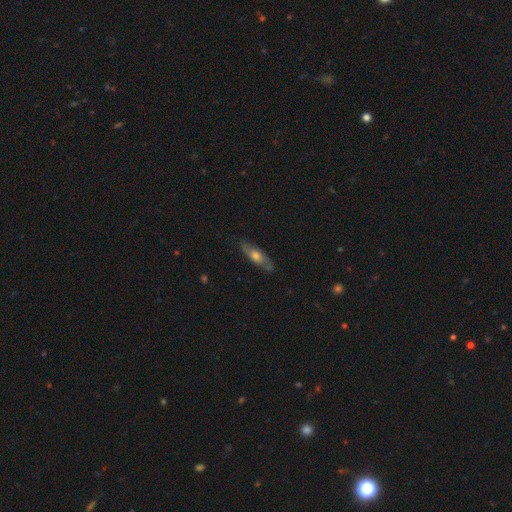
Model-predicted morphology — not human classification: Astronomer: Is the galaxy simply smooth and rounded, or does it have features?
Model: featured or disk — 53% (runner-up: smooth, 40%).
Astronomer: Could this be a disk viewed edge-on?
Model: no — 51% (runner-up: yes, 49%).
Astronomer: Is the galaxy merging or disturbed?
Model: none — 83%.